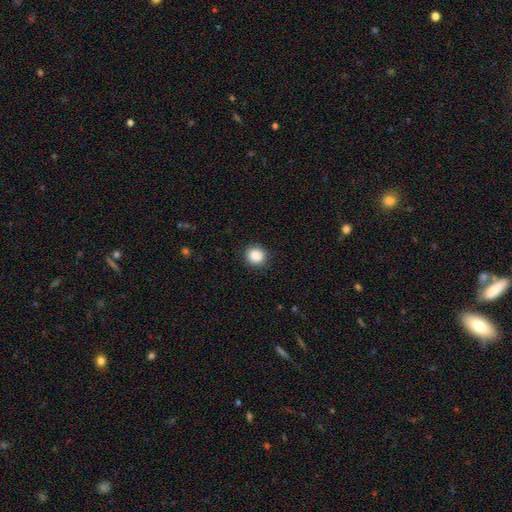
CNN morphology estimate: Overall: smooth (88%). How rounded: round (87%). Merging: none (89%).